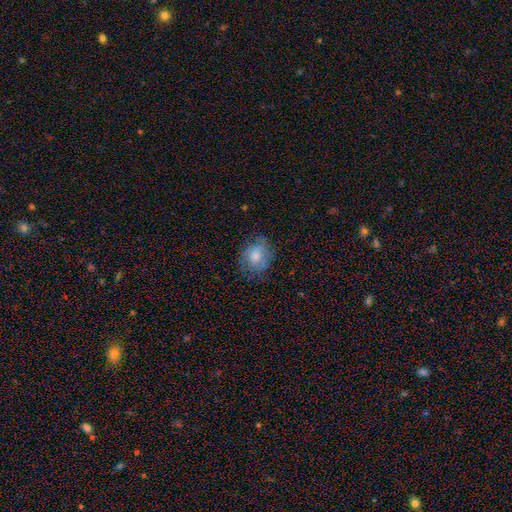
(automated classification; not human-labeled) smooth 61%, featured or disk 30%, star or artifact 9%. Down the decision tree: how rounded — round (57%); merging — none (65%).